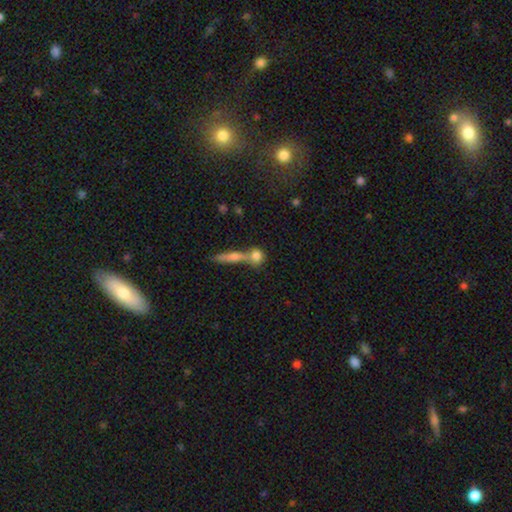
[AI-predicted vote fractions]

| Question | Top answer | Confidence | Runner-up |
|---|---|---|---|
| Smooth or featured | smooth | 74% | featured or disk (16%) |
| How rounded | round | 63% | in between (25%) |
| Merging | none | 45% | merger (40%) |